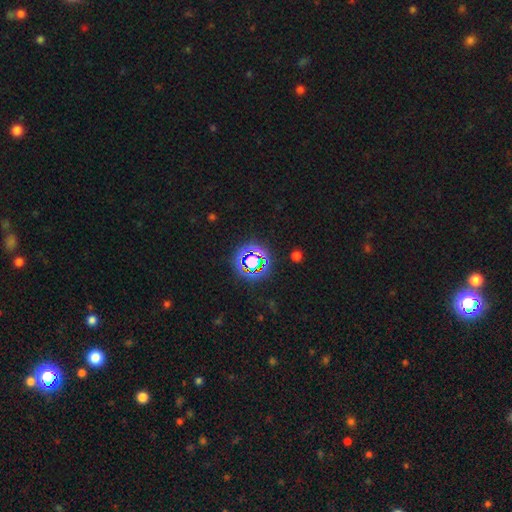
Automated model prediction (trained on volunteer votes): A star or artifact, not a galaxy (66%).

Vote fractions:
- Smooth or featured? star or artifact: 66% / smooth: 23% / featured or disk: 11%